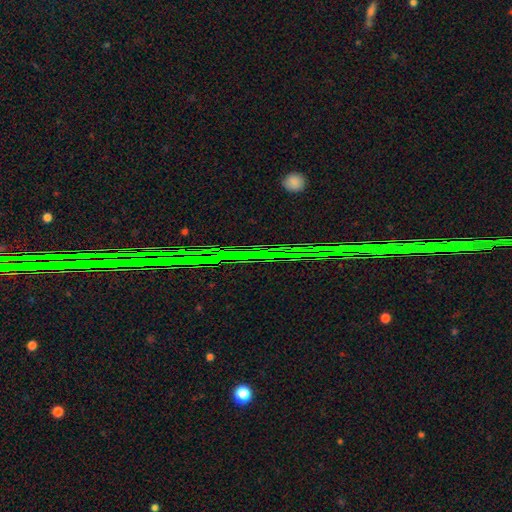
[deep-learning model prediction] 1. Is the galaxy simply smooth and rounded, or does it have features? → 85% star or artifact, 9% featured or disk, 6% smooth.